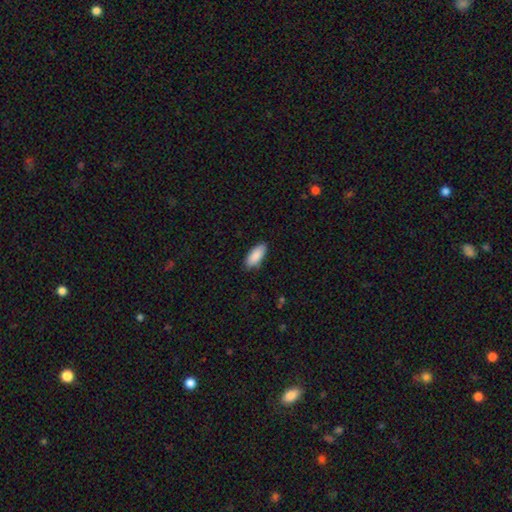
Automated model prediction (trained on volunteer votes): Smooth or featured? smooth (90%)
How rounded? in between (86%)
Merging? none (87%)